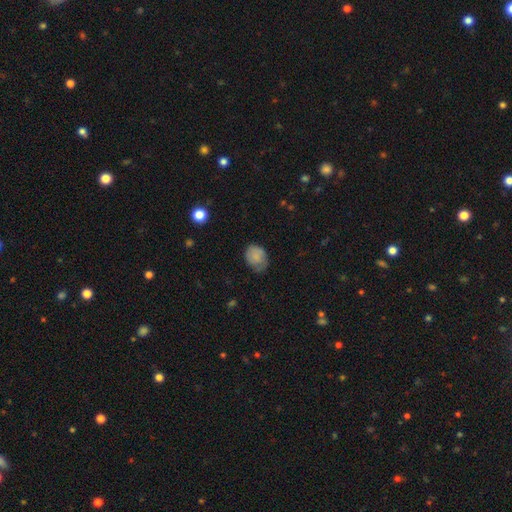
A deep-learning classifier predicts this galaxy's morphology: smooth-or-featured: smooth: 77% | featured or disk: 15% | star or artifact: 8%
  how-rounded: in between: 57% | round: 42% | cigar-shaped: 1%
  merging: none: 55% | minor disturbance: 34% | major disturbance: 10% | merger: 1%